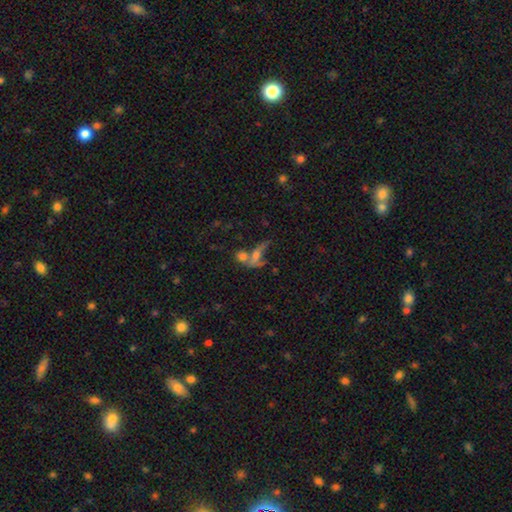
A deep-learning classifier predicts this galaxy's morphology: A smooth galaxy with no disk features (45%).

Vote fractions:
- Smooth or featured? smooth: 45% / featured or disk: 37% / star or artifact: 18%
- Merging? merger: 48% / none: 26% / major disturbance: 15% / minor disturbance: 10%